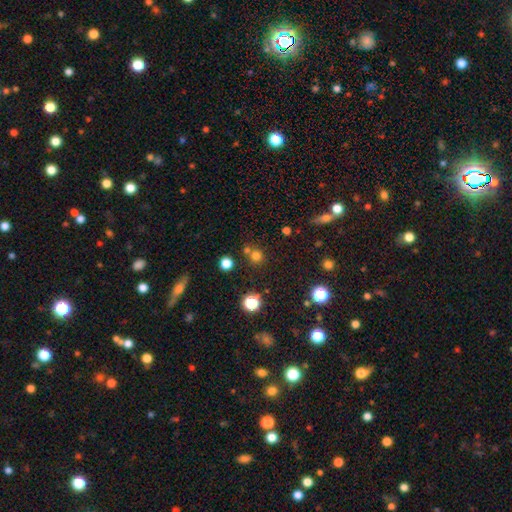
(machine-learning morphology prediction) This is likely a smooth galaxy (70%). How rounded: clearly round (91%). Merging: likely none (65%).